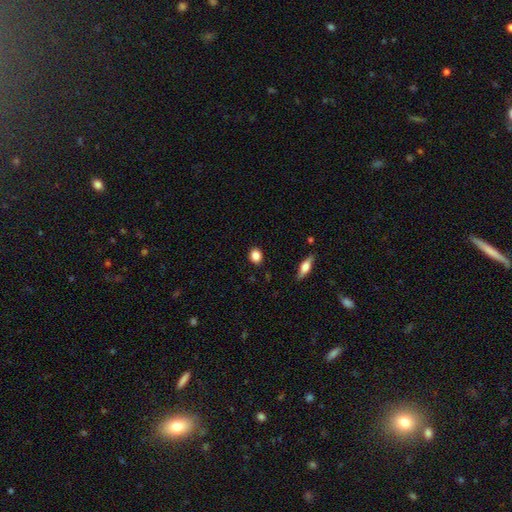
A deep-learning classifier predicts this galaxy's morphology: The model was most divided on "how rounded": round: 59%, in between: 39%, cigar-shaped: 2%. More confident: merging — none (89%); smooth or featured — smooth (85%).